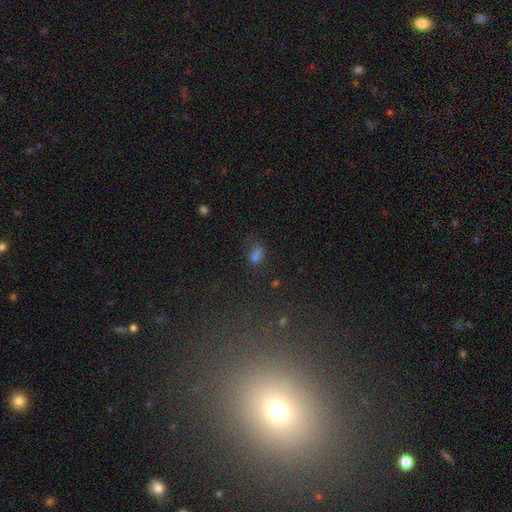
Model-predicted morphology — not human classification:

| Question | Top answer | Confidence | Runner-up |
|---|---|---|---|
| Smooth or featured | smooth | 60% | star or artifact (28%) |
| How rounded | in between | 72% | round (25%) |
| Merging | none | 51% | minor disturbance (21%) |